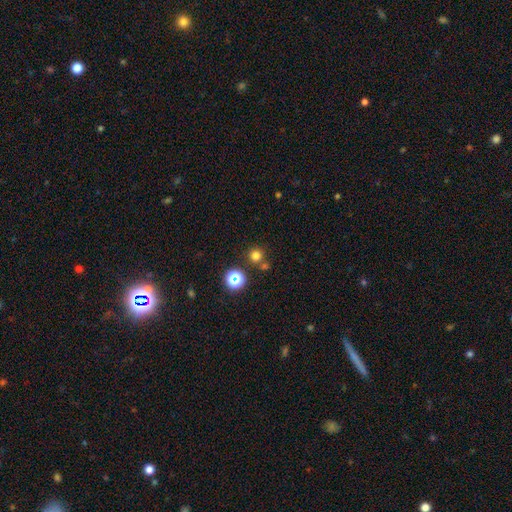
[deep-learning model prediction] smooth_or_featured: smooth (p=0.73) [alt: star or artifact p=0.21]
how_rounded: round (p=0.94) [alt: in between p=0.05]
merging: none (p=0.75) [alt: merger p=0.14]